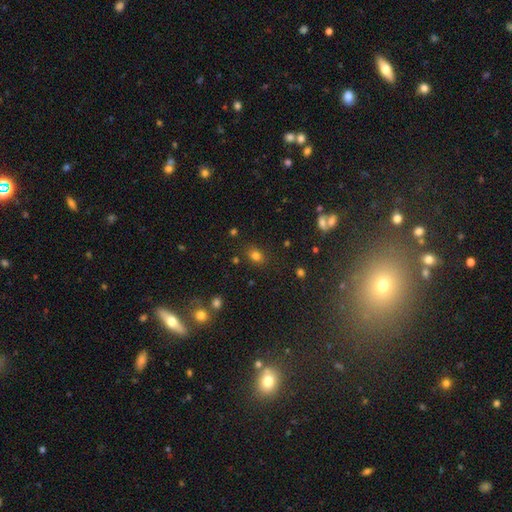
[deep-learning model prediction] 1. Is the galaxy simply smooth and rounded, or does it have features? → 78% smooth, 16% star or artifact, 6% featured or disk.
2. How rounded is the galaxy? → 54% in between, 44% round, 1% cigar-shaped.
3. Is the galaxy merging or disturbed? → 81% none, 12% minor disturbance, 4% major disturbance, 3% merger.